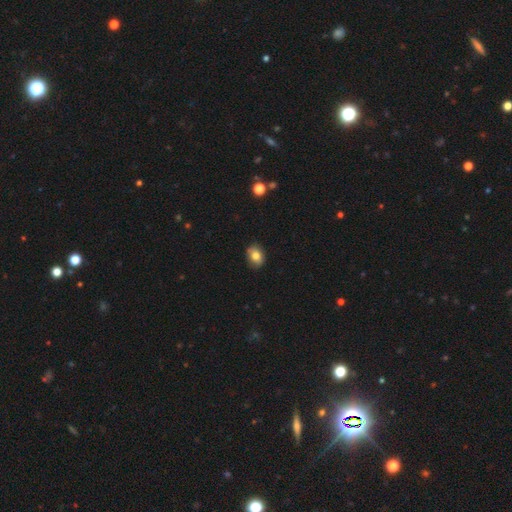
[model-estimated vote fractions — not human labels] smooth_or_featured: smooth (p=0.77) [alt: featured or disk p=0.13]
how_rounded: in between (p=0.60) [alt: round p=0.39]
merging: none (p=0.80) [alt: minor disturbance p=0.16]